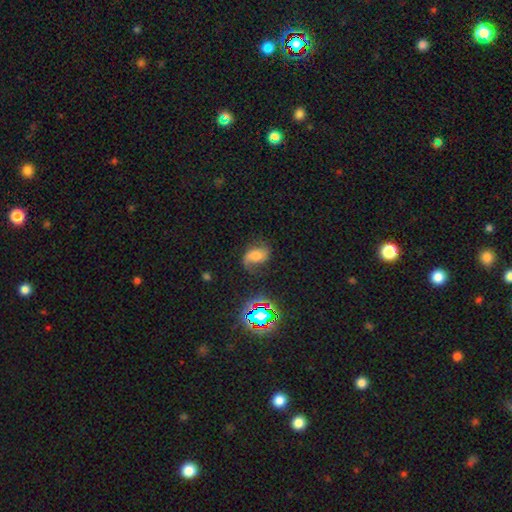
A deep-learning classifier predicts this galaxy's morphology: smooth-or-featured: featured or disk: 59% | smooth: 26% | star or artifact: 15%
  disk-edge-on: no: 97% | yes: 3%
    bar: no: 51% | weak: 34% | strong: 15%
    has-spiral-arms: yes: 91% | no: 9%
      spiral-winding: loose: 60% | medium: 30% | tight: 10%
      spiral-arm-count: 2: 77% | 1: 16% | can't tell: 5% | 3: 1% | 4: 1% | more than 4: 1%
    bulge-size: moderate: 44% | small: 29% | large: 13% | none: 10% | dominant: 3%
  merging: none: 59% | minor disturbance: 23% | major disturbance: 16% | merger: 3%